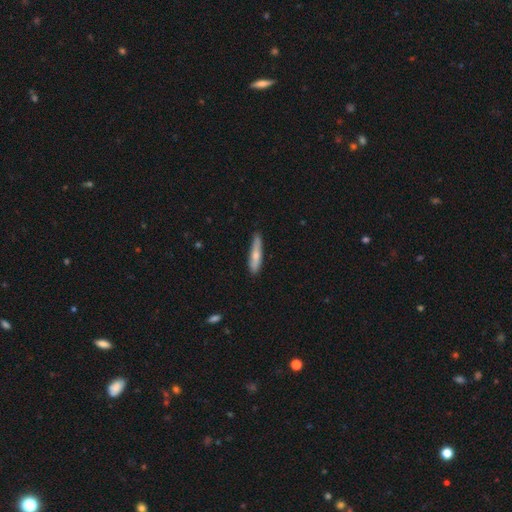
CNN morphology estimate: smooth-or-featured: smooth: 67% | featured or disk: 27% | star or artifact: 6%
  how-rounded: cigar-shaped: 85% | in between: 14% | round: 2%
  merging: none: 80% | minor disturbance: 17% | major disturbance: 2% | merger: 2%